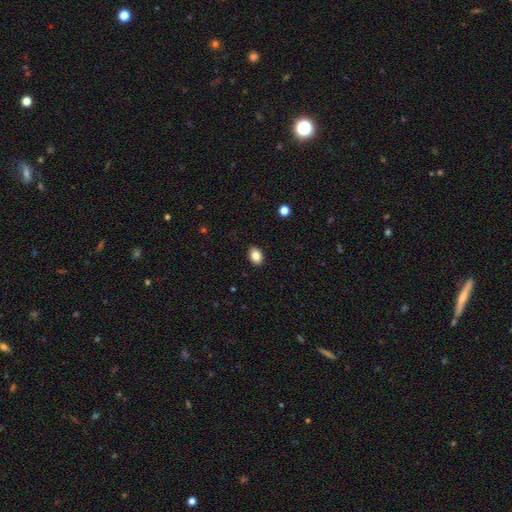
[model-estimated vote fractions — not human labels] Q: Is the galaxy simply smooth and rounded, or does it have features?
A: smooth — 85%.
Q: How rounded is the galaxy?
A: in between — 76%.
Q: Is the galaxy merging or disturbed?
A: none — 90%.